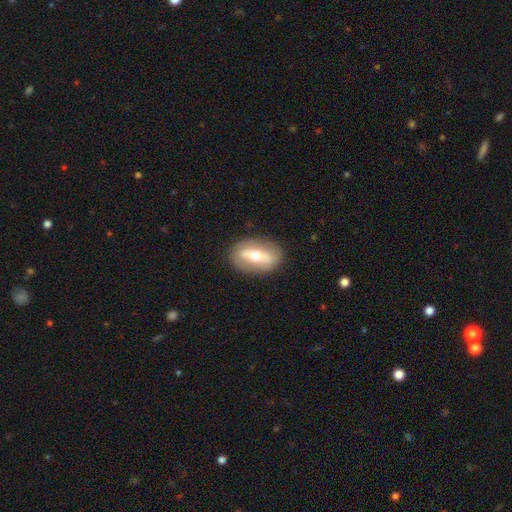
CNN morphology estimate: smooth-or-featured: featured or disk: 54% | smooth: 39% | star or artifact: 7%
  disk-edge-on: no: 79% | yes: 21%
  merging: none: 84% | minor disturbance: 11% | major disturbance: 4% | merger: 1%